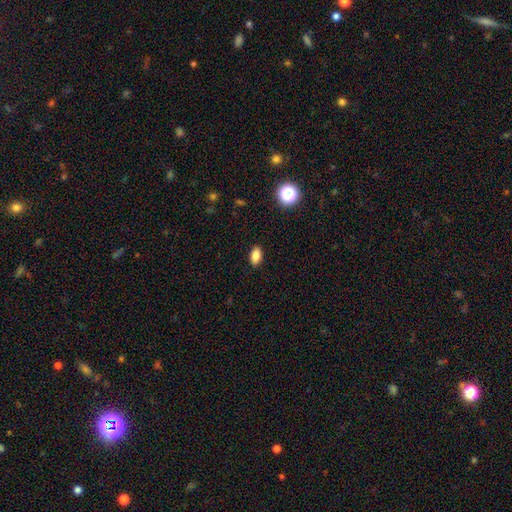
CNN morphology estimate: Smooth or featured? Predicted: smooth (p=0.83). How rounded? Predicted: in between (p=0.89). Merging? Predicted: none (p=0.89).